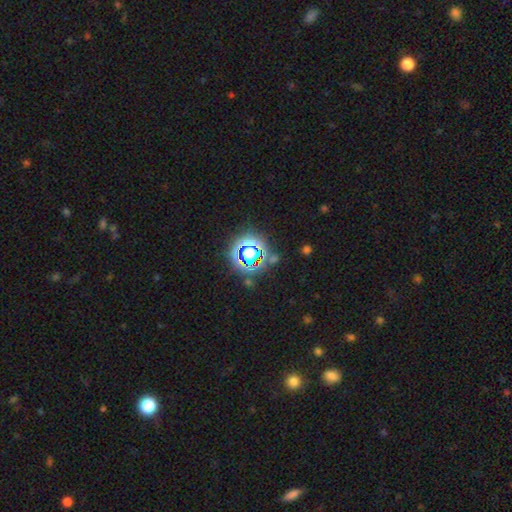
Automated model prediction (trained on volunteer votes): Morphology: type=star or artifact (79%).